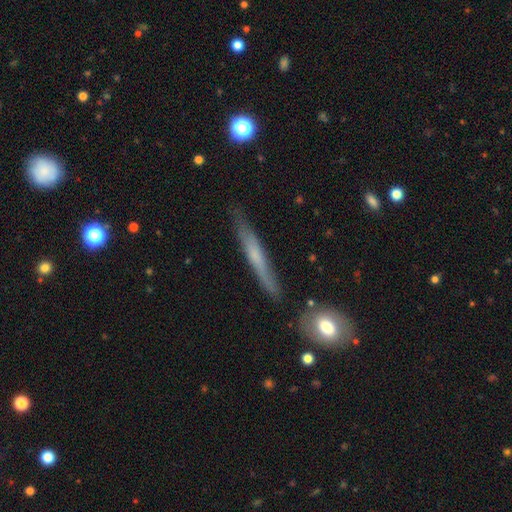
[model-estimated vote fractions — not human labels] Overall: smooth (49%; featured or disk 44%). Merging: none (81%).